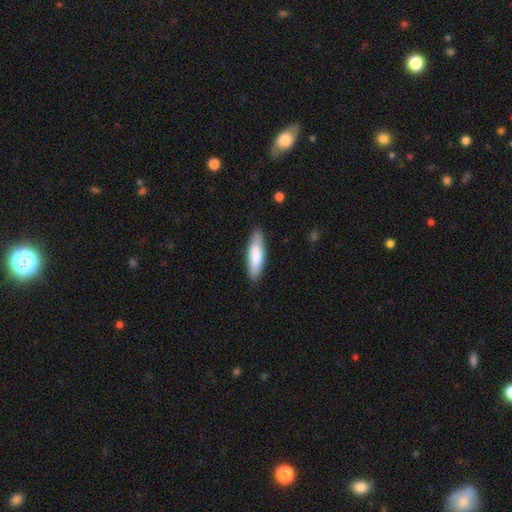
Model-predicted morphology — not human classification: type=smooth (79%); roundness=cigar-shaped (58%); merging=none (87%).